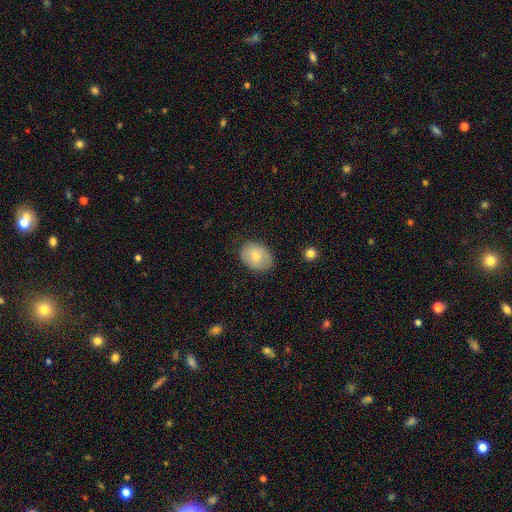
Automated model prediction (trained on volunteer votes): smooth_or_featured: smooth (p=0.74) [alt: featured or disk p=0.19]
how_rounded: in between (p=0.65) [alt: round p=0.34]
merging: none (p=0.78) [alt: minor disturbance p=0.17]